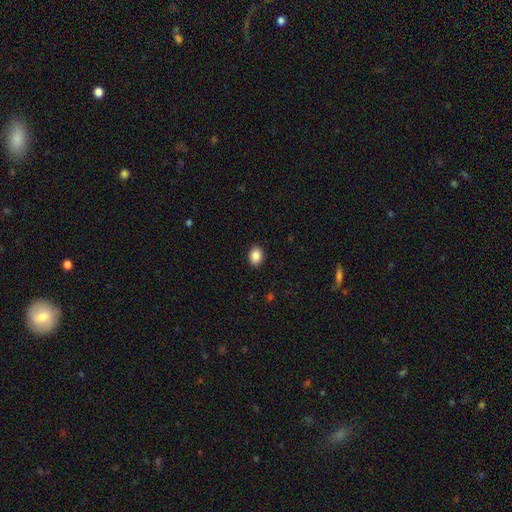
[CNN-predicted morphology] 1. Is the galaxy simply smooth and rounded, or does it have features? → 88% smooth, 8% star or artifact, 4% featured or disk.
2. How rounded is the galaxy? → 64% in between, 35% round, 1% cigar-shaped.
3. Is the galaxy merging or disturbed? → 91% none, 6% minor disturbance, 2% major disturbance, 1% merger.